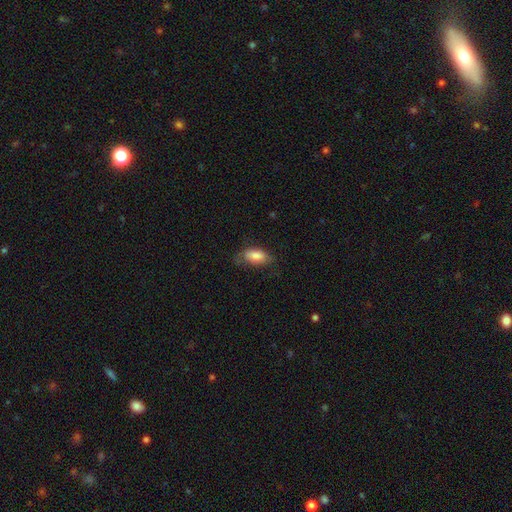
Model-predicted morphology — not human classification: Smooth or featured: smooth — 82% (featured or disk — 12%)
How rounded: in between — 90% (cigar-shaped — 7%)
Merging: none — 63% (minor disturbance — 26%)